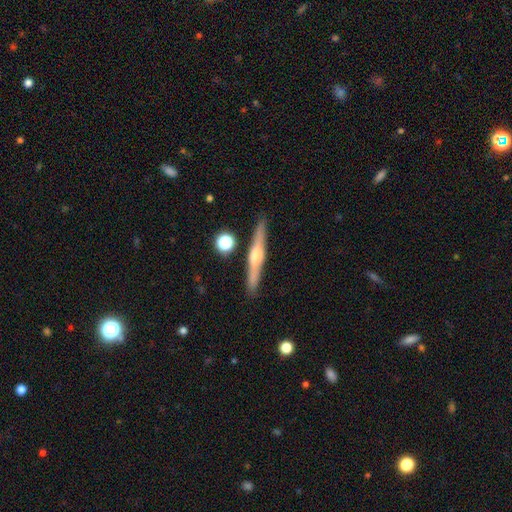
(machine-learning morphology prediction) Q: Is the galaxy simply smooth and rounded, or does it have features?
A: featured or disk — 72%.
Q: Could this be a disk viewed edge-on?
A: yes — 97%.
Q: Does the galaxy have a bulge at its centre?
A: rounded — 86%.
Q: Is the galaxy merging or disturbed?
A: none — 90%.